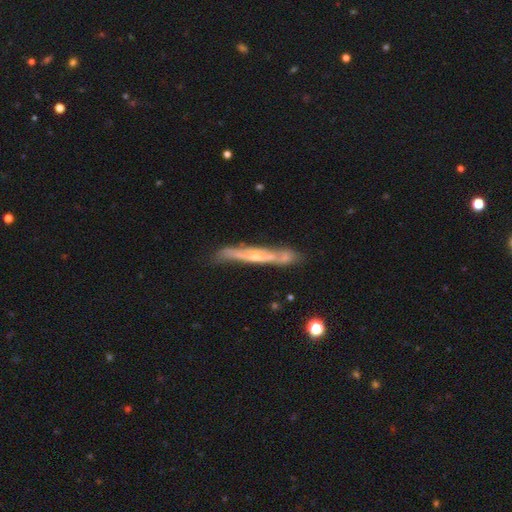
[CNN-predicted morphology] type=featured or disk (72%); edge-on=yes (80%); edge-on bulge=rounded (60%); merging=none (66%).